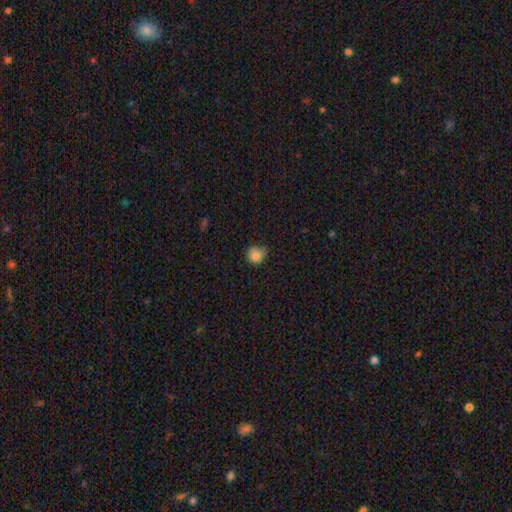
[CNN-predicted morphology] Smooth or featured?
  - smooth: 81% *
  - star or artifact: 11%
  - featured or disk: 8%
How rounded?
  - round: 83% *
  - in between: 16%
  - cigar-shaped: 1%
Merging?
  - none: 57% *
  - minor disturbance: 34%
  - major disturbance: 7%
  - merger: 2%